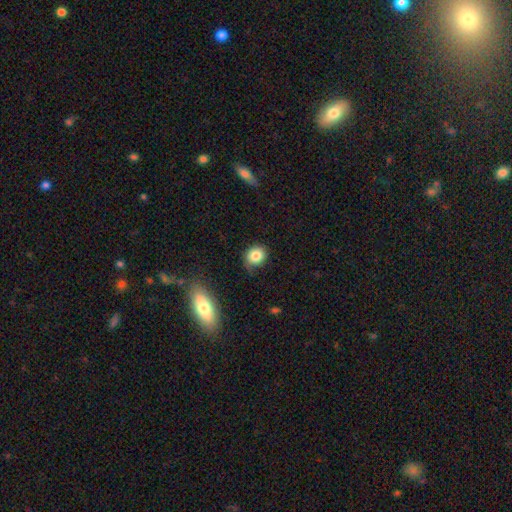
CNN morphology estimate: A smooth galaxy with no disk features (83%) that is round (67%).

Vote fractions:
- Smooth or featured? smooth: 83% / star or artifact: 9% / featured or disk: 8%
- How rounded? round: 67% / in between: 32% / cigar-shaped: 1%
- Merging? none: 69% / minor disturbance: 23% / major disturbance: 6% / merger: 2%